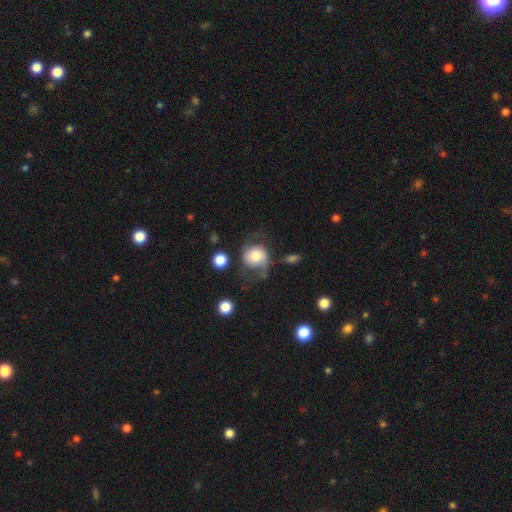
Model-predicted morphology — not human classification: Q: Smooth or featured?
A: smooth (49%); runner-up: featured or disk (44%)
Q: Merging?
A: none (46%); runner-up: minor disturbance (26%)